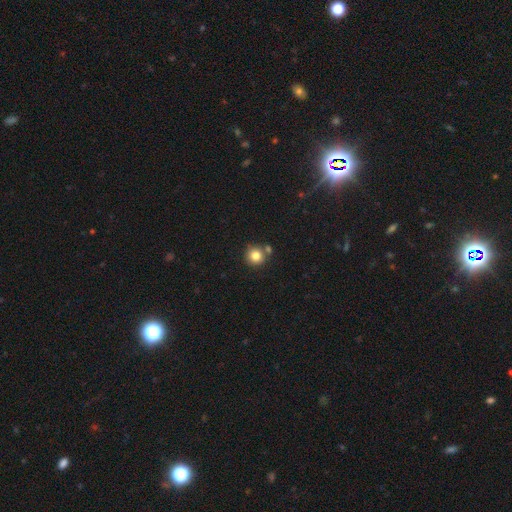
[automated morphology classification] The model was most divided on "merging": none: 72%, merger: 16%, minor disturbance: 9%, major disturbance: 3%. More confident: how rounded — round (92%); smooth or featured — smooth (82%).